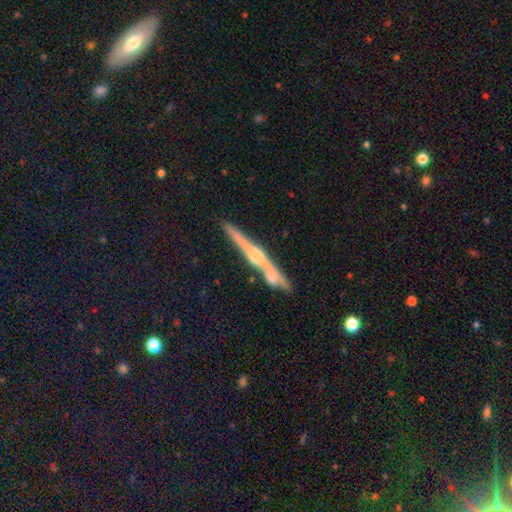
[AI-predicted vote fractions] Smooth or featured? Predicted: featured or disk (p=0.74). Edge-on disk? Predicted: yes (p=0.96). Edge-on bulge? Predicted: rounded (p=0.81). Merging? Predicted: none (p=0.80).